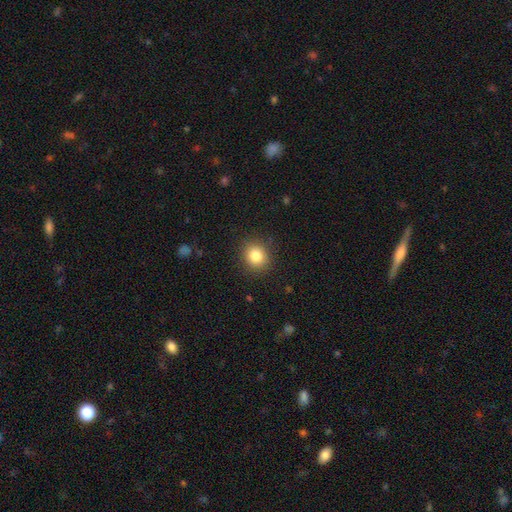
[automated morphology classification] smooth 83%, star or artifact 11%, featured or disk 6%. Down the decision tree: how rounded — round (81%); merging — none (89%).